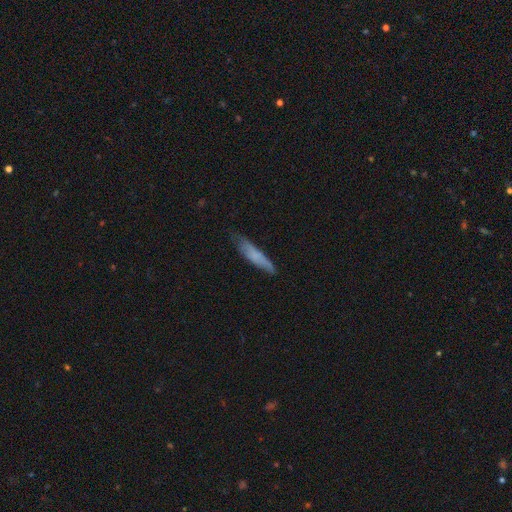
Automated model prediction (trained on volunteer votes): smooth 66%, featured or disk 27%, star or artifact 7%. Down the decision tree: how rounded — cigar-shaped (81%); merging — none (60%).